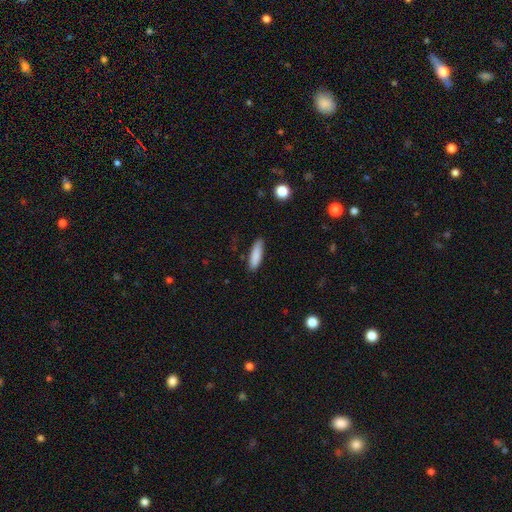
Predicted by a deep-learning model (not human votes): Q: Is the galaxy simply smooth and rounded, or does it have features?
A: smooth — 86%.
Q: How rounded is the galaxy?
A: cigar-shaped — 59%.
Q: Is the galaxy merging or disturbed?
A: none — 86%.